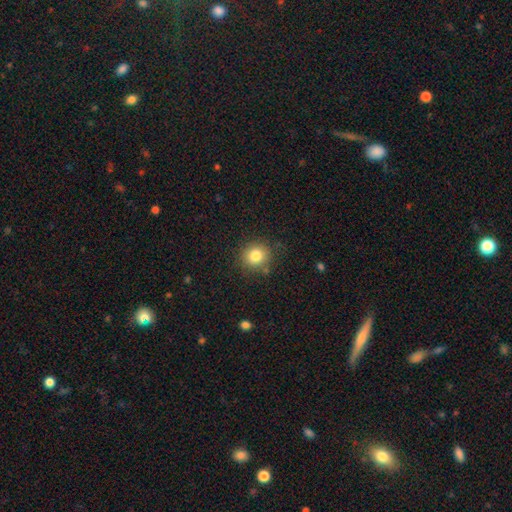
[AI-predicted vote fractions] Smooth or featured: smooth — 82% (star or artifact — 11%)
How rounded: round — 88% (in between — 11%)
Merging: none — 84% (minor disturbance — 10%)